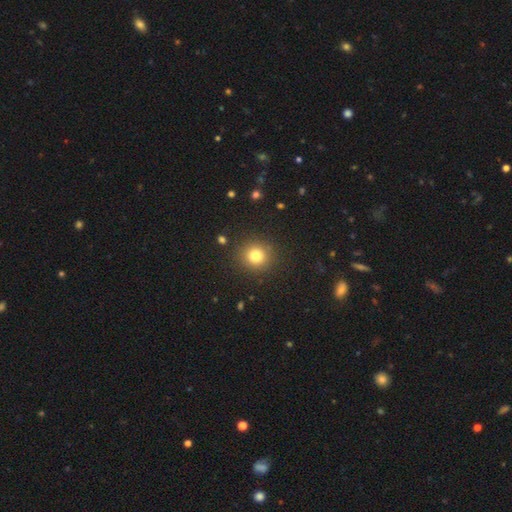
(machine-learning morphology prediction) smooth-or-featured: smooth: 80% | star or artifact: 13% | featured or disk: 7%
  how-rounded: round: 91% | in between: 8% | cigar-shaped: 1%
  merging: none: 89% | minor disturbance: 7% | major disturbance: 3% | merger: 1%